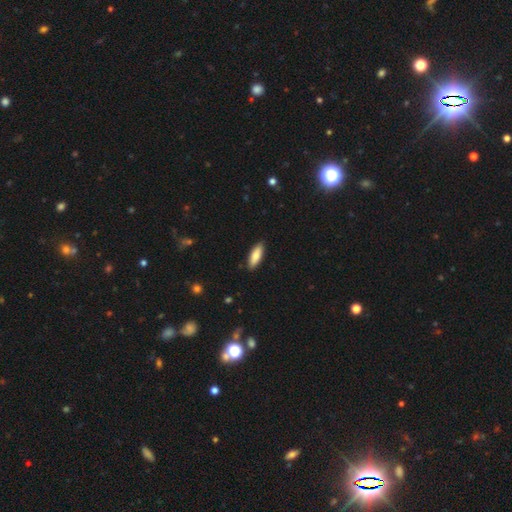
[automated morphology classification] Smooth or featured: smooth — 81% (featured or disk — 13%)
How rounded: in between — 62% (cigar-shaped — 36%)
Merging: none — 88% (minor disturbance — 9%)